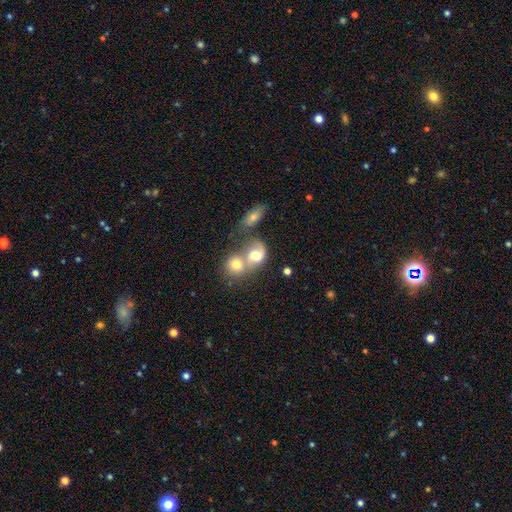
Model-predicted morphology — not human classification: smooth 59%, featured or disk 32%, star or artifact 9%. Down the decision tree: how rounded — round (54%); merging — merger (71%).